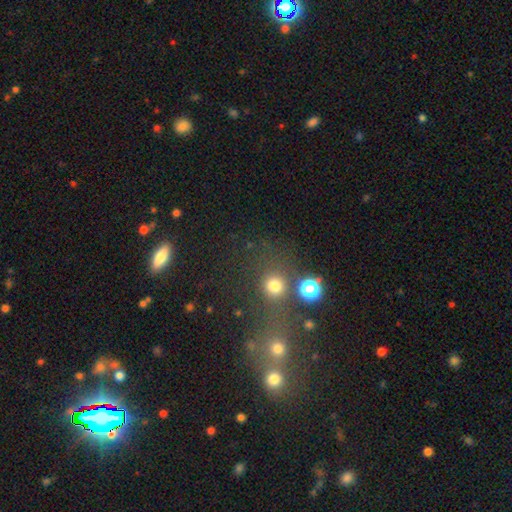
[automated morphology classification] Smooth or featured: star or artifact — 55% (smooth — 35%)